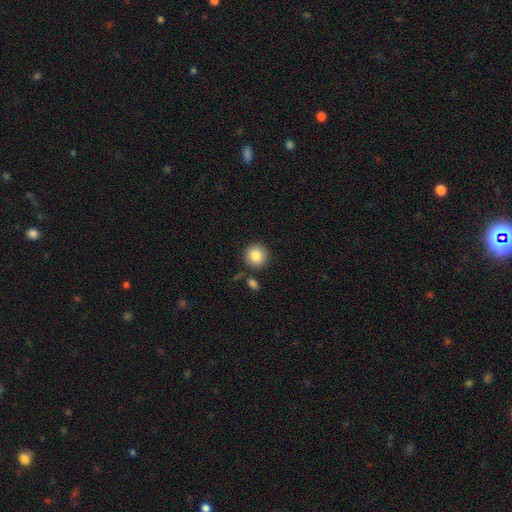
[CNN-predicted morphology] Smooth or featured?
  - smooth: 84% *
  - star or artifact: 8%
  - featured or disk: 8%
How rounded?
  - round: 94% *
  - in between: 5%
  - cigar-shaped: 1%
Merging?
  - none: 84% *
  - minor disturbance: 8%
  - merger: 6%
  - major disturbance: 3%